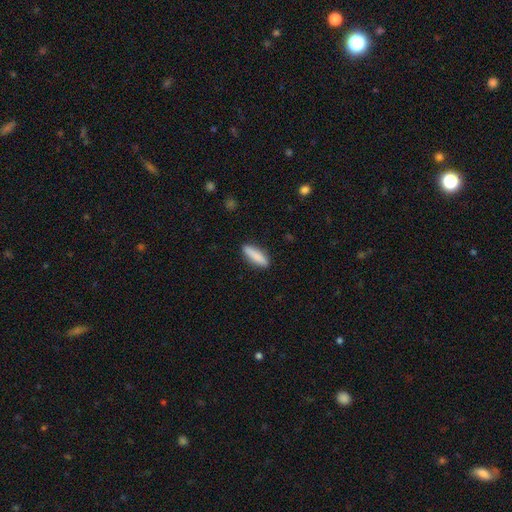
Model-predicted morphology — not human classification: Smooth or featured? smooth (82%)
How rounded? cigar-shaped (68%)
Merging? none (89%)